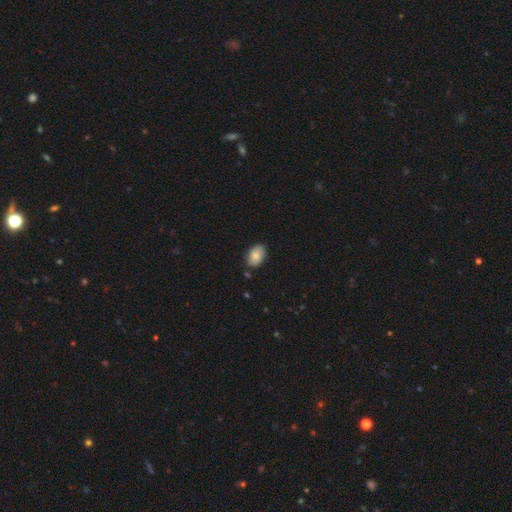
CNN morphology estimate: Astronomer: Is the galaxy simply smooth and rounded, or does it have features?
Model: smooth — 80%.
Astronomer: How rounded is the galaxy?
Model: in between — 89%.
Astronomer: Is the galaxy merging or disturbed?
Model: none — 81%.